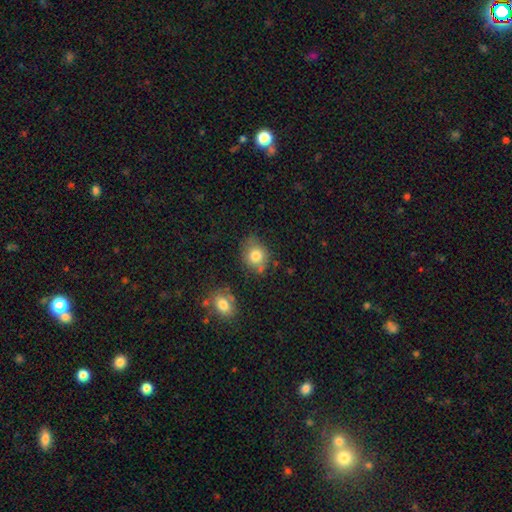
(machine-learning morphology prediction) Smooth or featured?
  - smooth: 80% *
  - star or artifact: 10%
  - featured or disk: 10%
How rounded?
  - round: 69% *
  - in between: 30%
  - cigar-shaped: 1%
Merging?
  - none: 66% *
  - minor disturbance: 21%
  - merger: 7%
  - major disturbance: 6%